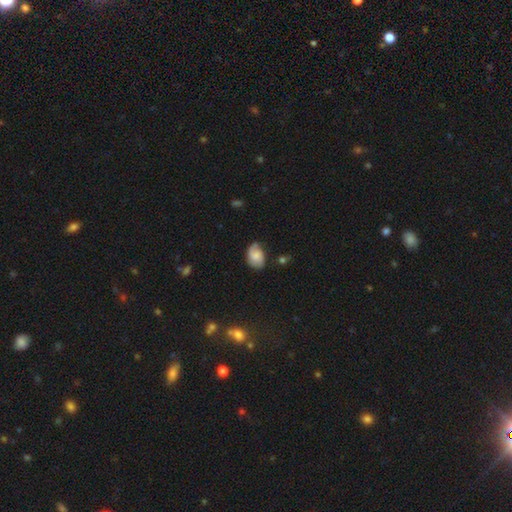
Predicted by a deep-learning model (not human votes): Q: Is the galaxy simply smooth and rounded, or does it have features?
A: smooth — 47%.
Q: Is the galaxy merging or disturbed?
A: none — 63%.